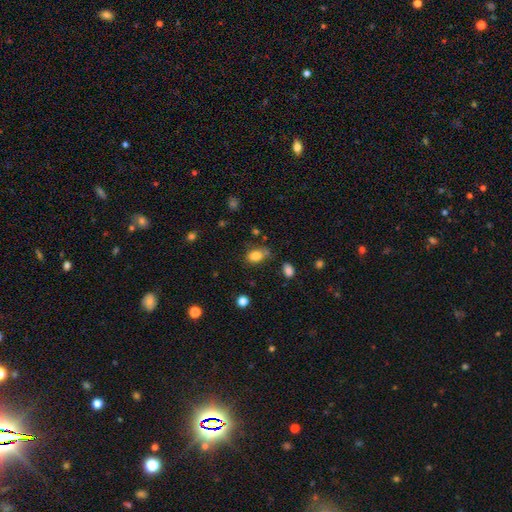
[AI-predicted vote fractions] Smooth or featured? Predicted: smooth (p=0.83). How rounded? Predicted: in between (p=0.79). Merging? Predicted: none (p=0.59).